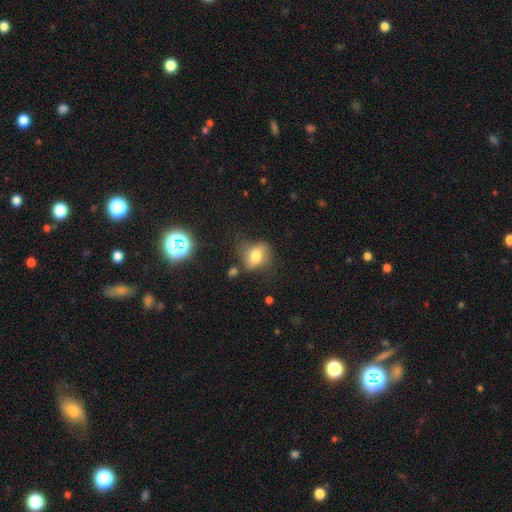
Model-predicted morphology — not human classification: Overall: smooth (69%). How rounded: in between (62%; round 35%). Merging: none (57%; minor disturbance 26%).